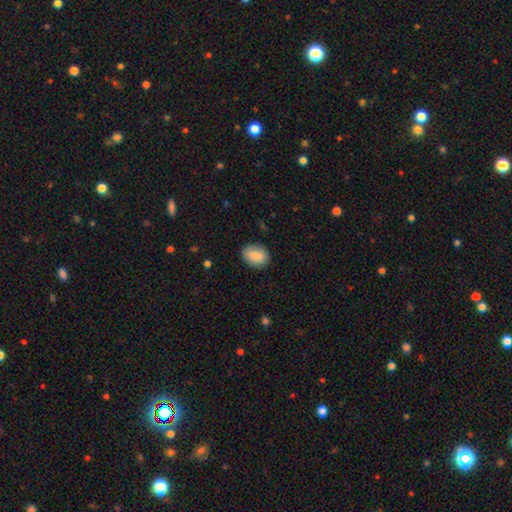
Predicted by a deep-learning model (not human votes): Smooth or featured?
  - smooth: 87% *
  - star or artifact: 7%
  - featured or disk: 6%
How rounded?
  - in between: 69% *
  - round: 30%
  - cigar-shaped: 1%
Merging?
  - none: 83% *
  - minor disturbance: 13%
  - major disturbance: 3%
  - merger: 1%